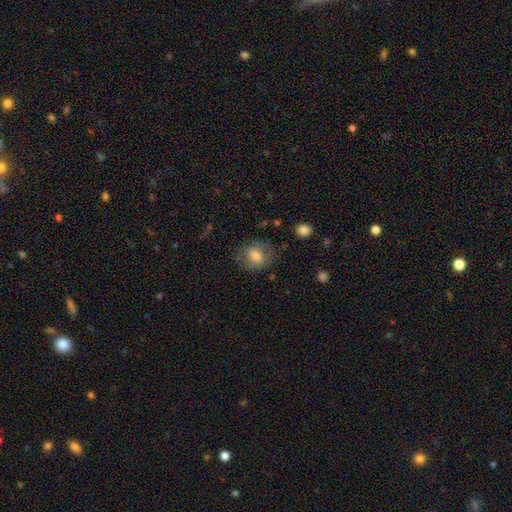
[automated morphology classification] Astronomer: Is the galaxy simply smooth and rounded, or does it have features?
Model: smooth — 70%.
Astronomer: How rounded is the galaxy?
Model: round — 57% (runner-up: in between, 41%).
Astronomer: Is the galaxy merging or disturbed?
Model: none — 71%.